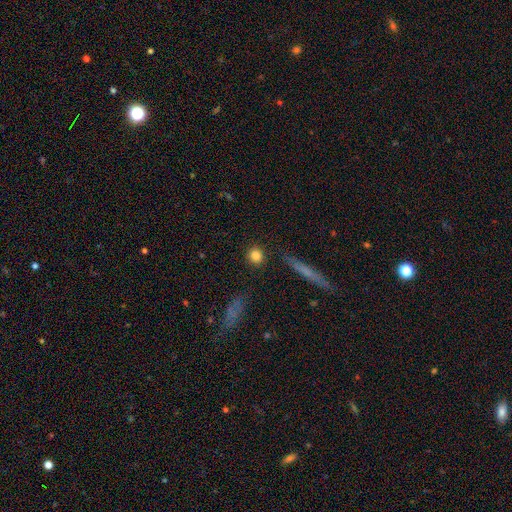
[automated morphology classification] A smooth galaxy with no disk features (83%) that is round (90%). Merging: none (89%).